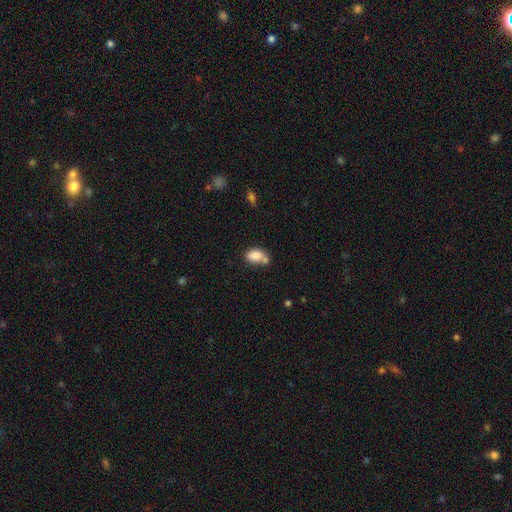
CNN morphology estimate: A smooth galaxy with no disk features (84%) that is in between round and cigar-shaped (84%).

Vote fractions:
- Smooth or featured? smooth: 84% / star or artifact: 9% / featured or disk: 7%
- How rounded? in between: 84% / round: 14% / cigar-shaped: 2%
- Merging? none: 44% / merger: 33% / minor disturbance: 17% / major disturbance: 6%